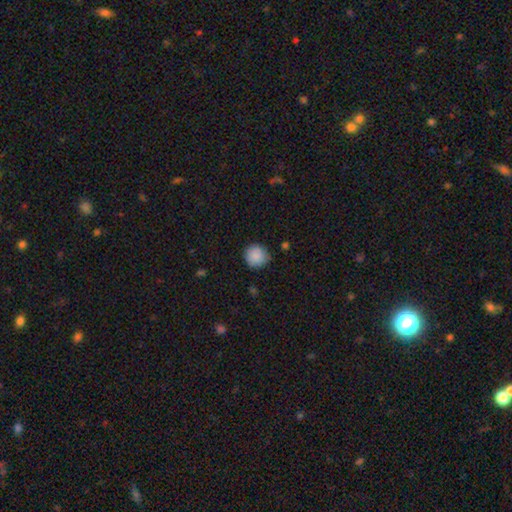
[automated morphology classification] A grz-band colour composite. It shows a smooth galaxy with no disk features (88%) that is round (94%). Merging: none (86%).